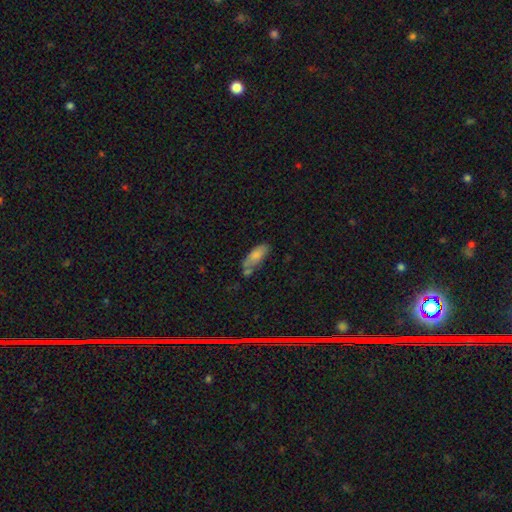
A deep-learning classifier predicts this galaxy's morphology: smooth 78%, featured or disk 15%, star or artifact 7%. Down the decision tree: how rounded — in between (72%); merging — none (47%).